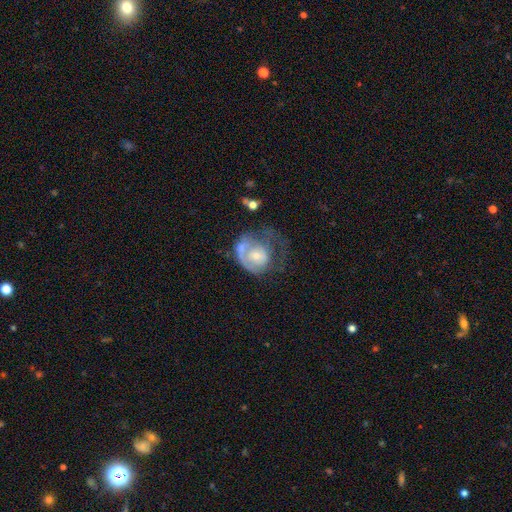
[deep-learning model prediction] Smooth or featured? Predicted: featured or disk (p=0.56). Edge-on disk? Predicted: no (p=0.97). Bar? Predicted: no (p=0.79). Spiral arms? Predicted: yes (p=0.53). Bulge size? Predicted: small (p=0.45). Merging? Predicted: major disturbance (p=0.46).